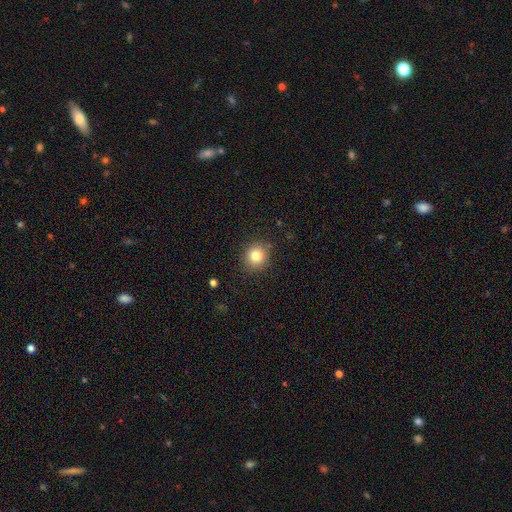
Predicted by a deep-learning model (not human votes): A smooth galaxy with no disk features (81%) that is round (86%).

Vote fractions:
- Smooth or featured? smooth: 81% / star or artifact: 11% / featured or disk: 7%
- How rounded? round: 86% / in between: 13% / cigar-shaped: 1%
- Merging? none: 88% / minor disturbance: 8% / major disturbance: 3% / merger: 1%